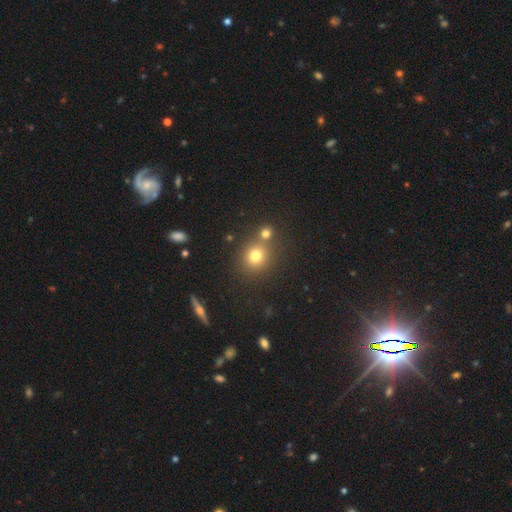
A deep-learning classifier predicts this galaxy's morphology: This appears to be a smooth galaxy with no disk features (75%) that is round (86%). Merging: none (67%).